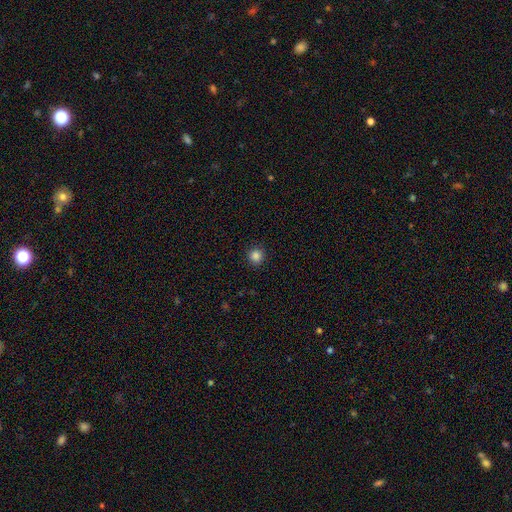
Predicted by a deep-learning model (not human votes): Smooth or featured: smooth — 85% (star or artifact — 12%)
How rounded: round — 95% (in between — 4%)
Merging: none — 92% (minor disturbance — 5%)